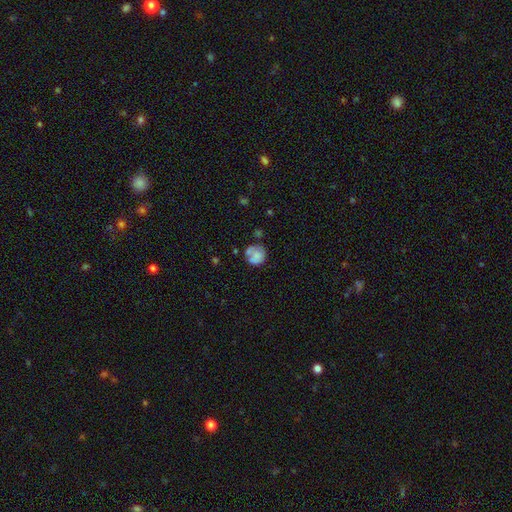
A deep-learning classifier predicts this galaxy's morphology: This is likely a smooth galaxy (67%). How rounded: clearly round (81%). Merging: possibly none (49%).